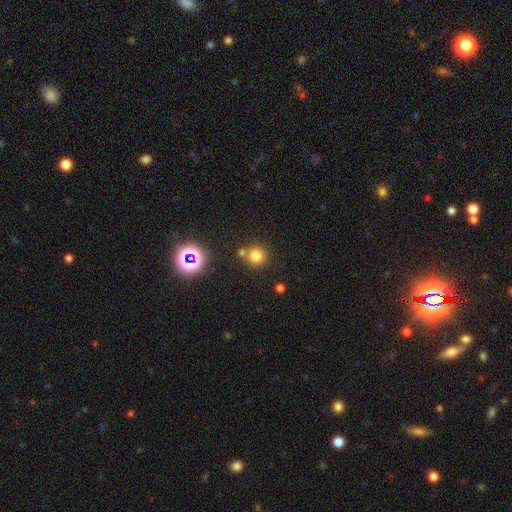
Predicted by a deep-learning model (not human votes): This appears to be a smooth galaxy with no disk features (74%) that is round (93%). Merging: none (71%).